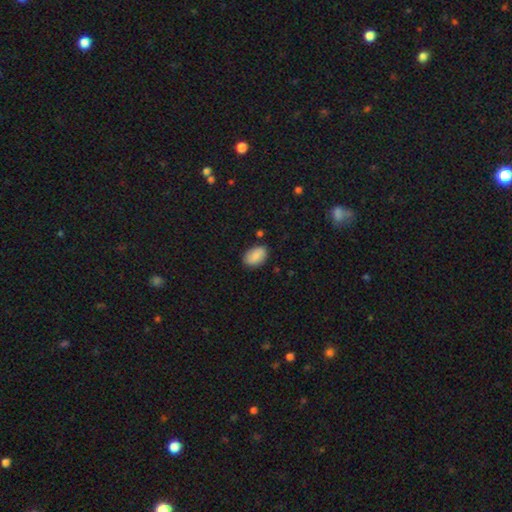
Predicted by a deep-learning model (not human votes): Q: Smooth or featured?
A: smooth (83%); runner-up: featured or disk (10%)
Q: How rounded?
A: in between (88%); runner-up: round (11%)
Q: Merging?
A: none (81%); runner-up: minor disturbance (14%)